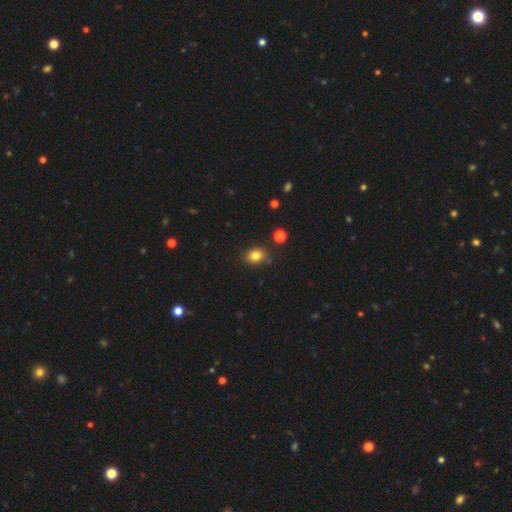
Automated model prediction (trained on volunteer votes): Overall: smooth (82%). How rounded: round (51%; in between 48%). Merging: none (83%).